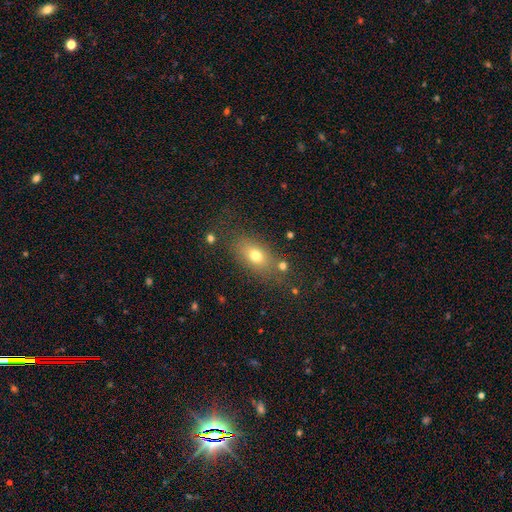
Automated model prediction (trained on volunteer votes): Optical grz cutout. It shows a smooth galaxy with no disk features (72%) that is in between round and cigar-shaped (76%). Merging: none (72%).